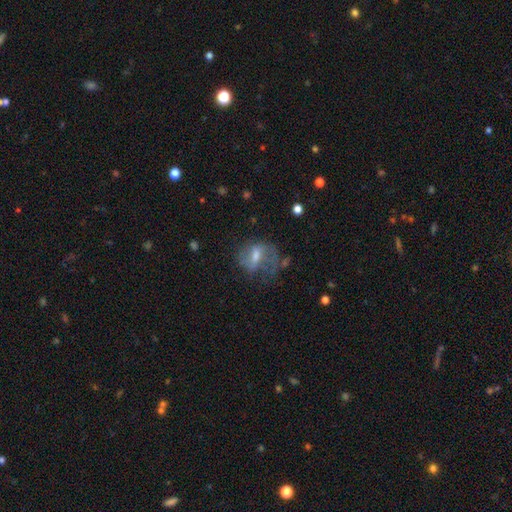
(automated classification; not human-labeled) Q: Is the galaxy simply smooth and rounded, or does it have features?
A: featured or disk — 55%.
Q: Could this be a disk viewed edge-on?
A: no — 95%.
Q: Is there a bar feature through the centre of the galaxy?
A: weak — 51%.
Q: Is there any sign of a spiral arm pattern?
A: yes — 64%.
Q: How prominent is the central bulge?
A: moderate — 49%.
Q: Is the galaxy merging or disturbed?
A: none — 42%.